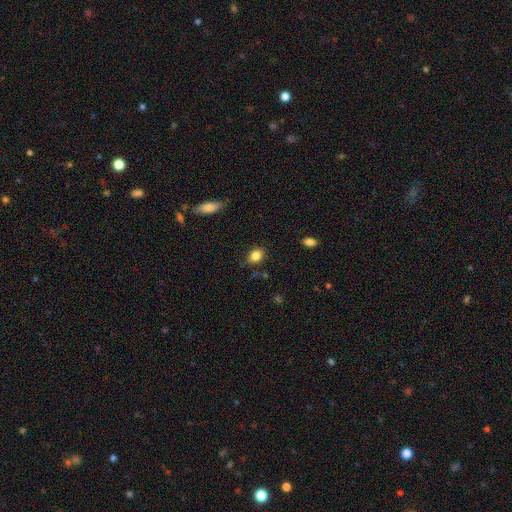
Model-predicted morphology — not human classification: A smooth galaxy with no disk features (84%) that is in between round and cigar-shaped (60%). Merging: none (81%).